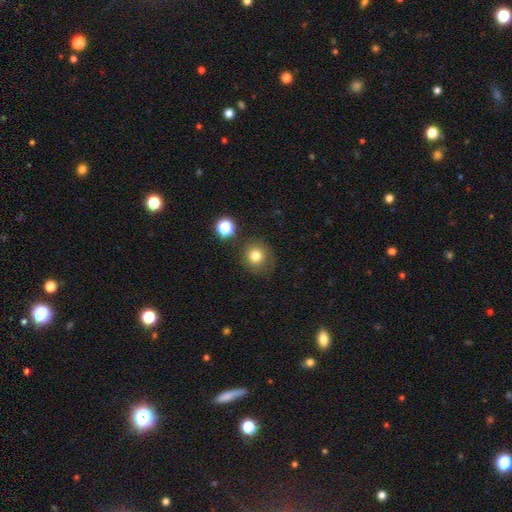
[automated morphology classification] Smooth or featured: smooth — 78% (star or artifact — 13%)
How rounded: round — 87% (in between — 12%)
Merging: none — 76% (minor disturbance — 14%)